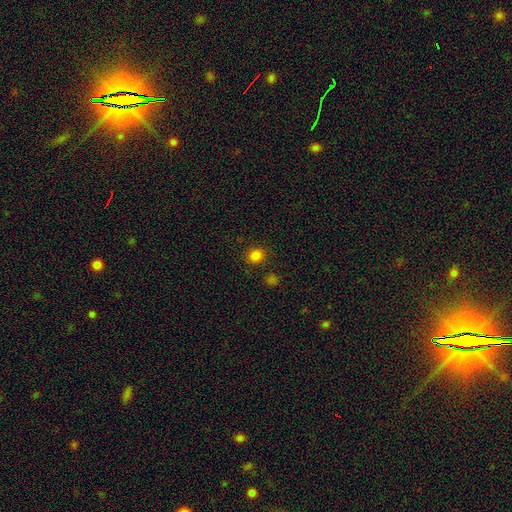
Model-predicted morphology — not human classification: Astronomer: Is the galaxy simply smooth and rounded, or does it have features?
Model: smooth — 82%.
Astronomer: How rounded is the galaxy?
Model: round — 77%.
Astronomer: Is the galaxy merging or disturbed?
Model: none — 86%.